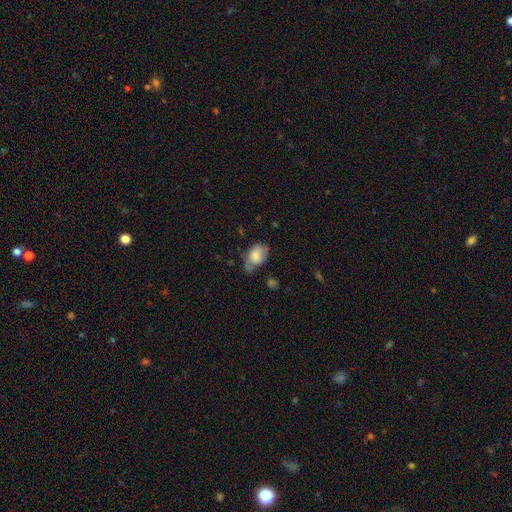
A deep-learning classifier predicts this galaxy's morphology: A smooth galaxy with no disk features (70%) that is in between round and cigar-shaped (84%).

Vote fractions:
- Smooth or featured? smooth: 70% / featured or disk: 22% / star or artifact: 8%
- How rounded? in between: 84% / round: 14% / cigar-shaped: 1%
- Merging? none: 41% / minor disturbance: 37% / major disturbance: 16% / merger: 6%